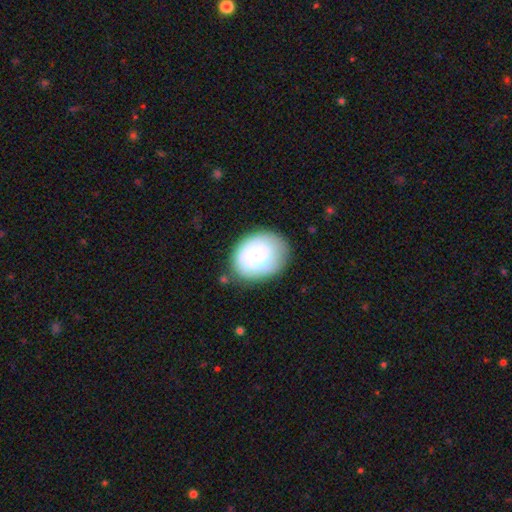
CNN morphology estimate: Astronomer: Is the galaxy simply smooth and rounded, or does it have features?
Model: featured or disk — 53% (runner-up: smooth, 41%).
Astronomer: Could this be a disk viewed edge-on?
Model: no — 98%.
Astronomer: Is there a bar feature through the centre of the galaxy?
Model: no — 71%.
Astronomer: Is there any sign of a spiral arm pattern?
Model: yes — 83%.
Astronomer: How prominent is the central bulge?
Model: small — 63%.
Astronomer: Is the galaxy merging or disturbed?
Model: none — 73%.